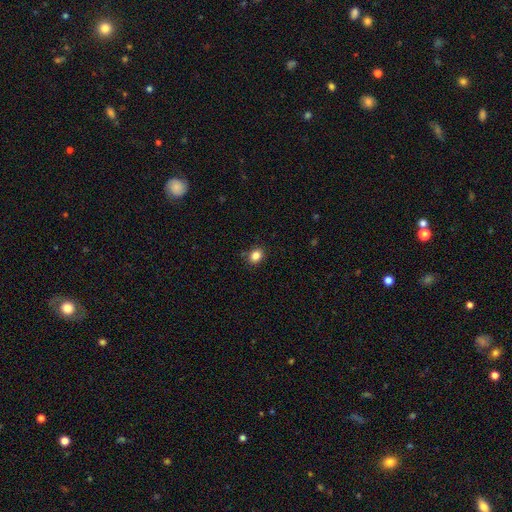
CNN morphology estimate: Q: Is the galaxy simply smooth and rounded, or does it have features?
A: smooth — 85%.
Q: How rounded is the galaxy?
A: round — 59%.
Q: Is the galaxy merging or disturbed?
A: none — 87%.